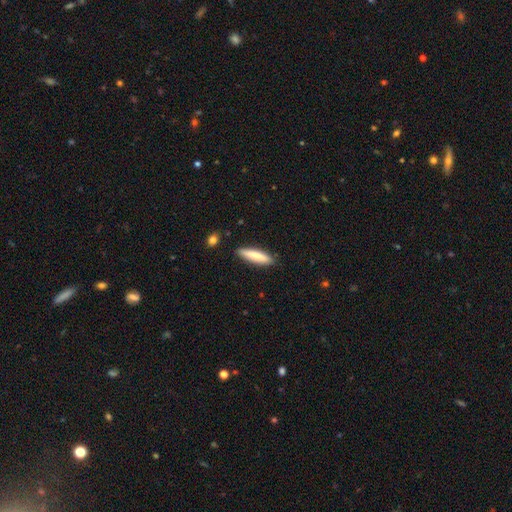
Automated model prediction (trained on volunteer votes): The model was most divided on "smooth or featured": smooth: 78%, featured or disk: 17%, star or artifact: 5%. More confident: merging — none (89%); how rounded — cigar-shaped (83%).